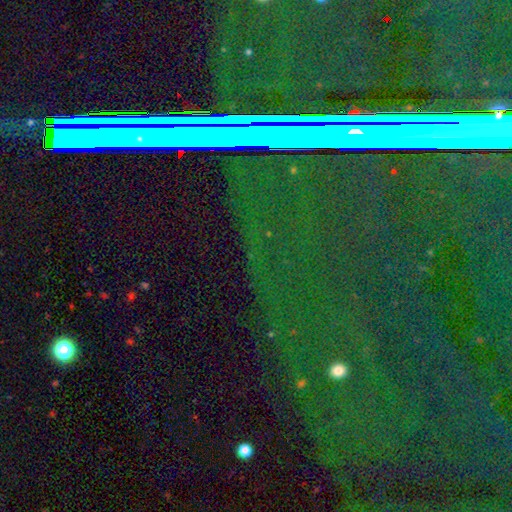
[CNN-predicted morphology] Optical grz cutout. It shows a star or artifact, not a galaxy (78%).